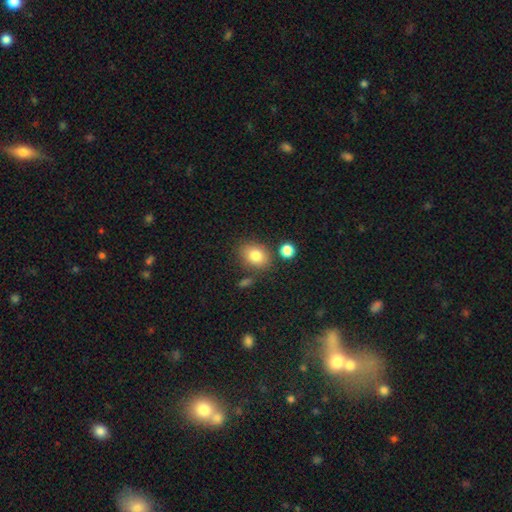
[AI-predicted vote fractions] Smooth or featured?
  - smooth: 82% *
  - star or artifact: 9%
  - featured or disk: 8%
How rounded?
  - in between: 66% *
  - round: 33%
  - cigar-shaped: 1%
Merging?
  - none: 75% *
  - minor disturbance: 13%
  - merger: 7%
  - major disturbance: 4%